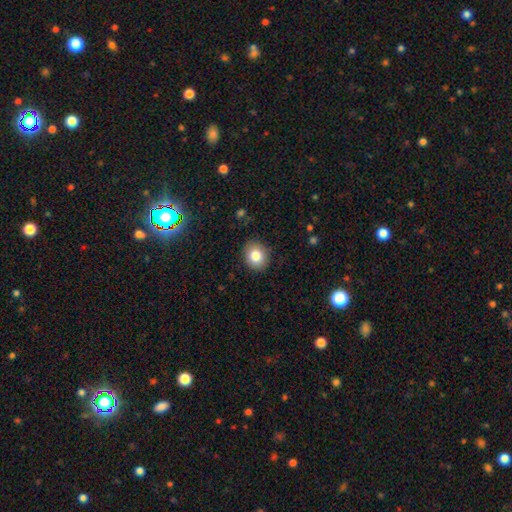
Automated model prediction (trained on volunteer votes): smooth-or-featured: smooth: 82% | star or artifact: 10% | featured or disk: 8%
  how-rounded: round: 68% | in between: 31% | cigar-shaped: 1%
  merging: none: 88% | minor disturbance: 9% | major disturbance: 2% | merger: 1%